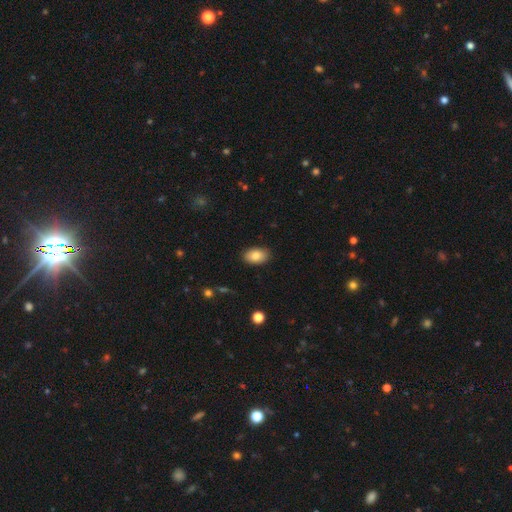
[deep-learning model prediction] smooth-or-featured: smooth: 84% | featured or disk: 9% | star or artifact: 7%
  how-rounded: in between: 91% | round: 8% | cigar-shaped: 1%
  merging: none: 87% | minor disturbance: 10% | major disturbance: 2% | merger: 1%